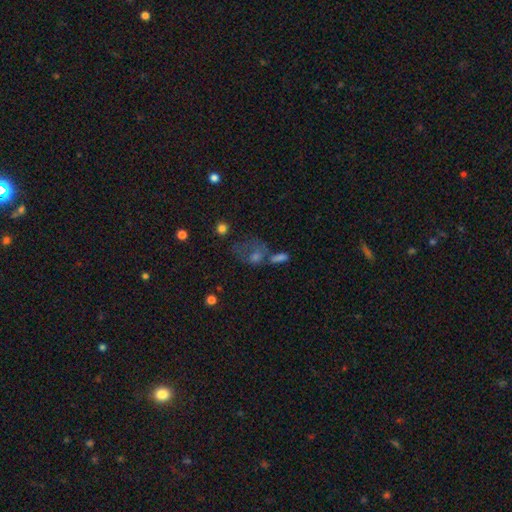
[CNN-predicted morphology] A smooth galaxy with no disk features (48%). Merging: major disturbance (30%).